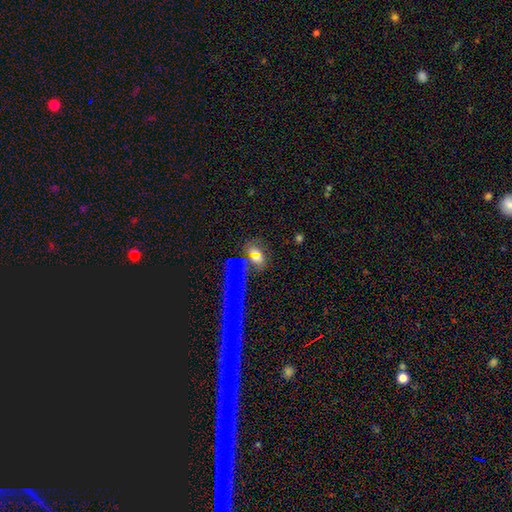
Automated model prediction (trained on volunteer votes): Overall: smooth (43%; star or artifact 42%). Merging: none (57%; merger 20%).